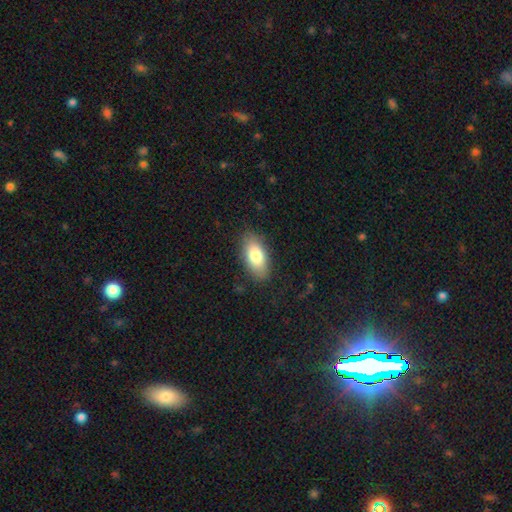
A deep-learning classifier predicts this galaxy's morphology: Smooth or featured?
  - smooth: 80% *
  - featured or disk: 14%
  - star or artifact: 7%
How rounded?
  - in between: 90% *
  - cigar-shaped: 6%
  - round: 3%
Merging?
  - none: 84% *
  - minor disturbance: 12%
  - major disturbance: 3%
  - merger: 1%